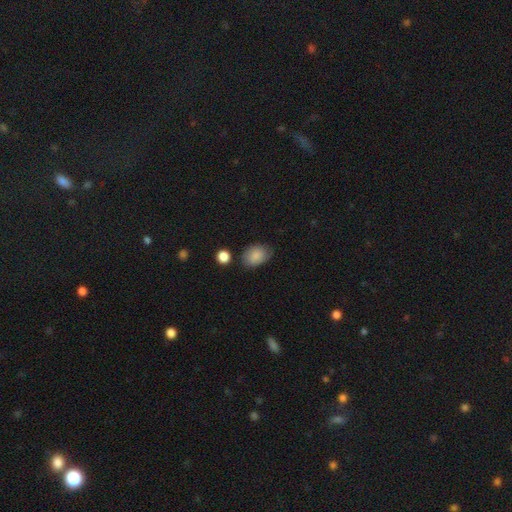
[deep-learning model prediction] Overall: smooth (85%). How rounded: in between (77%). Merging: none (68%).